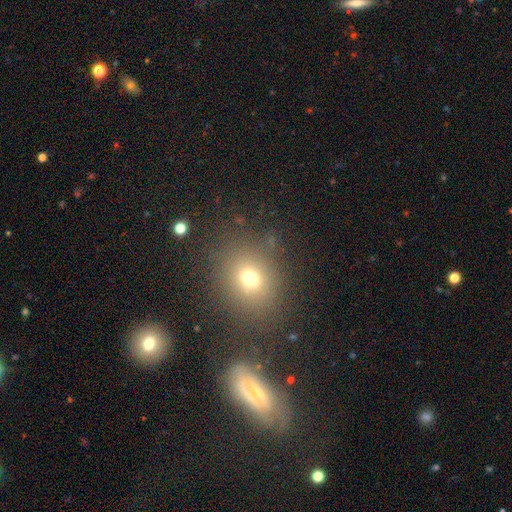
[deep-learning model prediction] smooth-or-featured: smooth: 59% | star or artifact: 30% | featured or disk: 12%
  how-rounded: round: 68% | in between: 30% | cigar-shaped: 2%
  merging: none: 79% | minor disturbance: 10% | merger: 7% | major disturbance: 4%